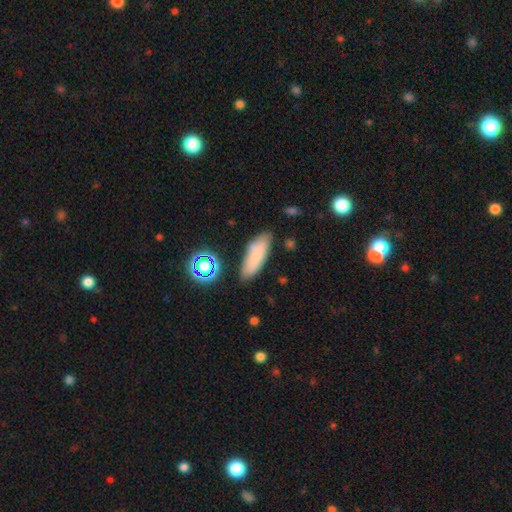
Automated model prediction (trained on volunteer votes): Smooth or featured? Predicted: smooth (p=0.79). How rounded? Predicted: in between (p=0.60). Merging? Predicted: none (p=0.79).